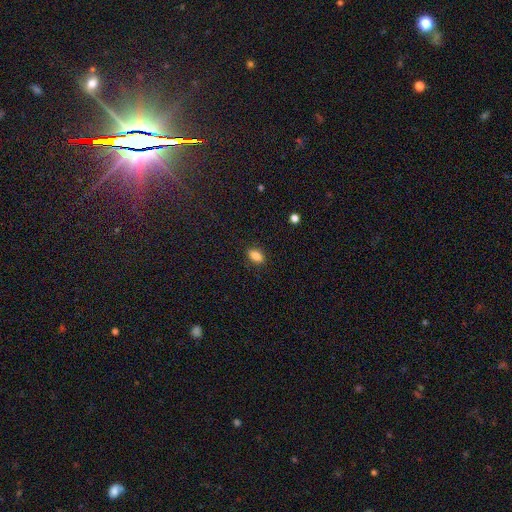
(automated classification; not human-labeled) Smooth or featured? smooth (86%)
How rounded? in between (87%)
Merging? none (88%)